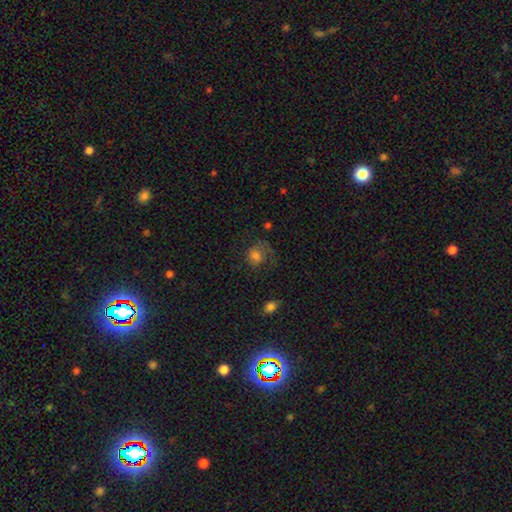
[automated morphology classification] Smooth or featured? smooth (64%)
How rounded? round (64%)
Merging? major disturbance (38%)